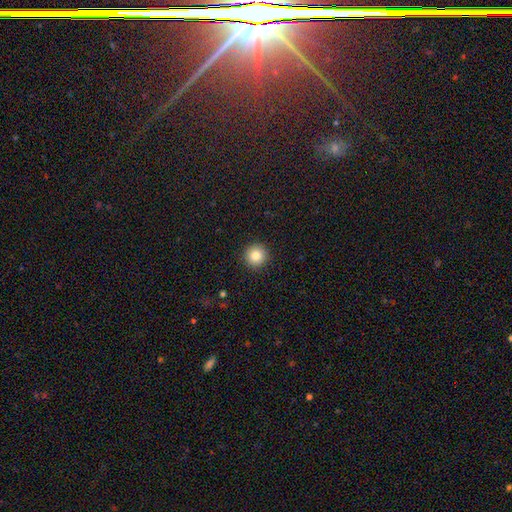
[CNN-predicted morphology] A smooth galaxy with no disk features (83%) that is round (96%).

Vote fractions:
- Smooth or featured? smooth: 83% / star or artifact: 11% / featured or disk: 6%
- How rounded? round: 96% / in between: 3% / cigar-shaped: 1%
- Merging? none: 92% / minor disturbance: 5% / major disturbance: 2% / merger: 1%